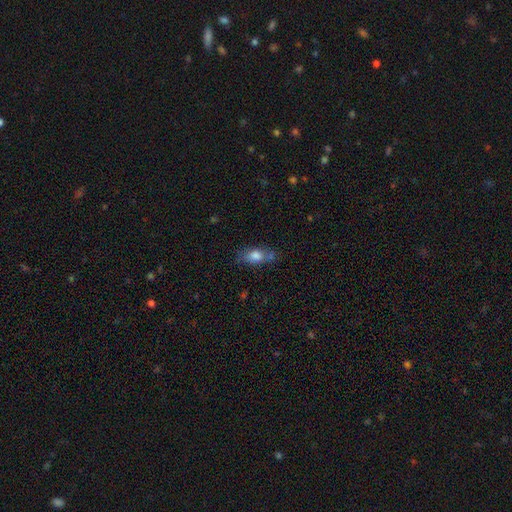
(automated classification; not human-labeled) smooth 77%, featured or disk 14%, star or artifact 9%. Down the decision tree: how rounded — in between (80%); merging — none (58%).